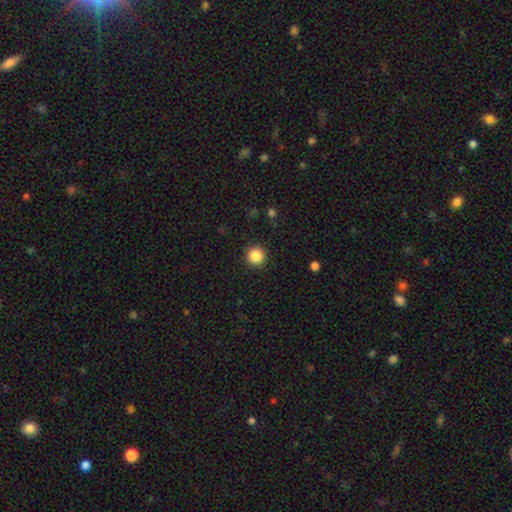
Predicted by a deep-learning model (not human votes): smooth 86%, star or artifact 10%, featured or disk 4%. Down the decision tree: how rounded — round (96%); merging — none (92%).